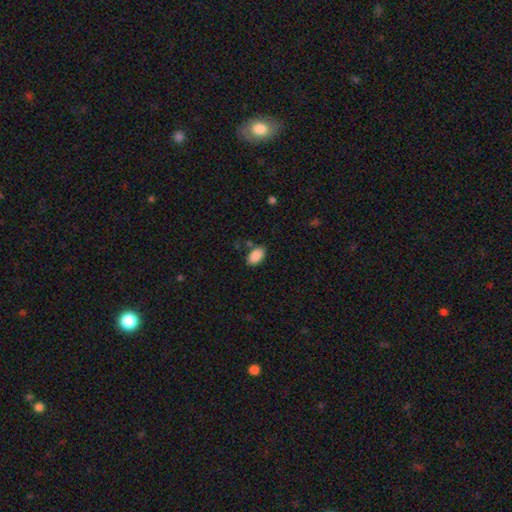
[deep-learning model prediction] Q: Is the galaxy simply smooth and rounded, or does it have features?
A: smooth — 89%.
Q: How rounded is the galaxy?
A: in between — 92%.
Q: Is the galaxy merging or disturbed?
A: none — 80%.